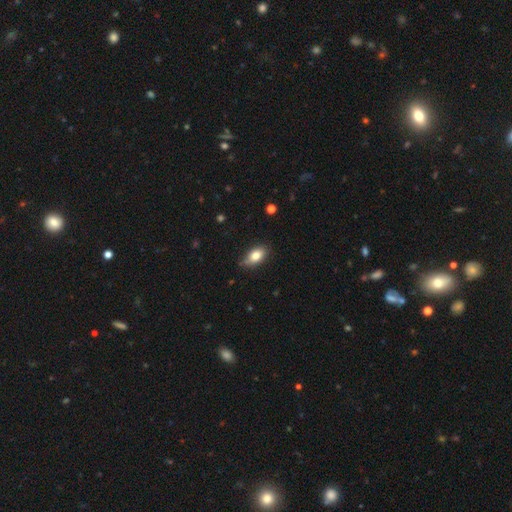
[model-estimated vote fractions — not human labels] smooth_or_featured: smooth (p=0.79) [alt: featured or disk p=0.13]
how_rounded: in between (p=0.89) [alt: round p=0.07]
merging: none (p=0.72) [alt: minor disturbance p=0.23]